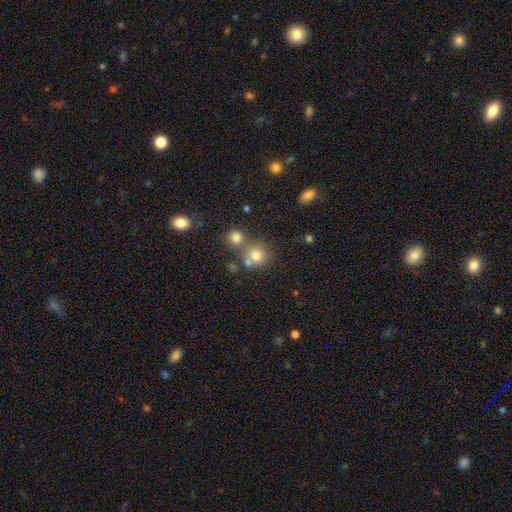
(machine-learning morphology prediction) Q: Smooth or featured?
A: smooth (74%); runner-up: star or artifact (15%)
Q: How rounded?
A: round (87%); runner-up: in between (12%)
Q: Merging?
A: none (55%); runner-up: merger (32%)